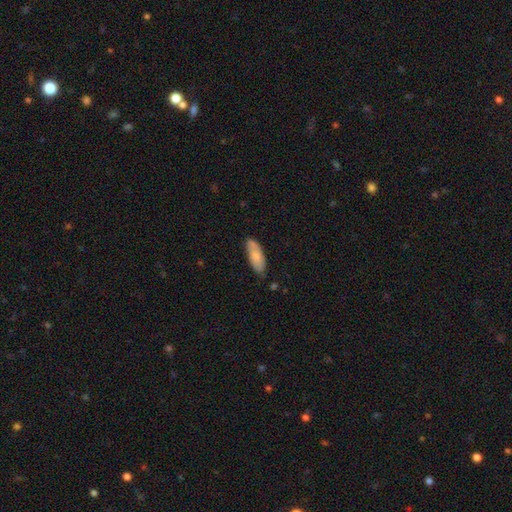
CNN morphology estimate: Overall: smooth (78%). How rounded: in between (73%). Merging: none (72%).